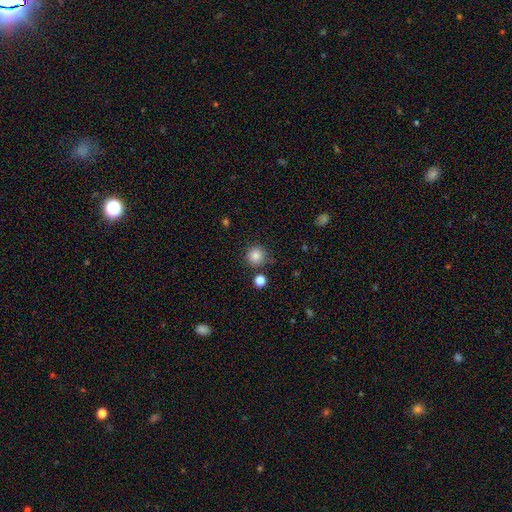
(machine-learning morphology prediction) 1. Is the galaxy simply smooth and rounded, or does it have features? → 85% smooth, 11% star or artifact, 4% featured or disk.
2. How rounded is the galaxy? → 94% round, 5% in between, 1% cigar-shaped.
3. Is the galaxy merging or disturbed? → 84% none, 9% minor disturbance, 5% merger, 3% major disturbance.